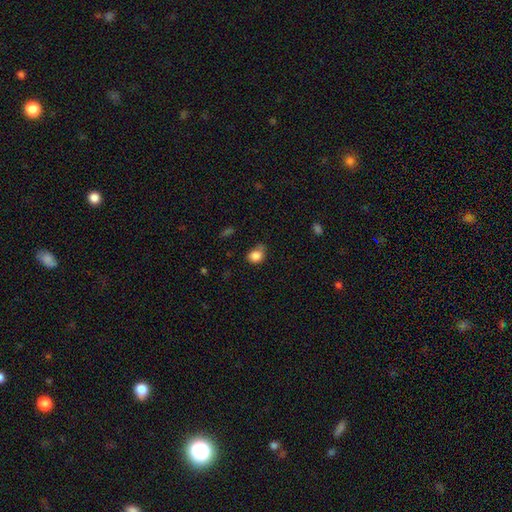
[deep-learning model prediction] Overall: smooth (84%). How rounded: round (58%; in between 41%). Merging: none (53%; minor disturbance 33%).